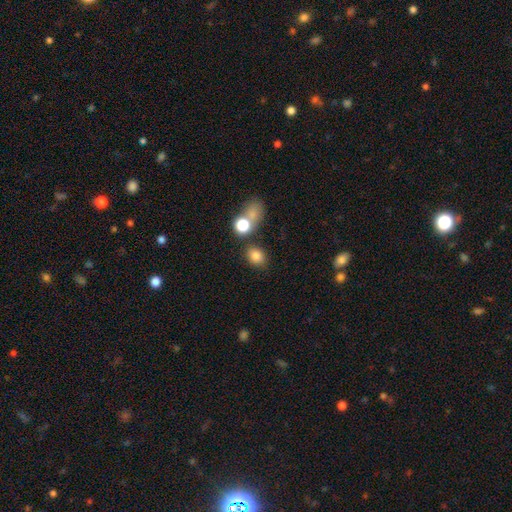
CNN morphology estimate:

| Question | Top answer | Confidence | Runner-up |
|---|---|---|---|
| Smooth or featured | smooth | 81% | star or artifact (12%) |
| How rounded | in between | 50% | round (49%) |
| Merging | none | 71% | merger (12%) |